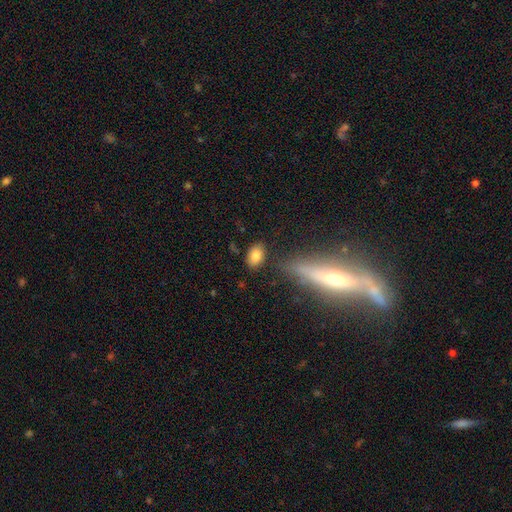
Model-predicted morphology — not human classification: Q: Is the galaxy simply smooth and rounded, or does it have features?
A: smooth — 83%.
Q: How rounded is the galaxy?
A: in between — 89%.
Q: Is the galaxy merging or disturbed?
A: none — 78%.